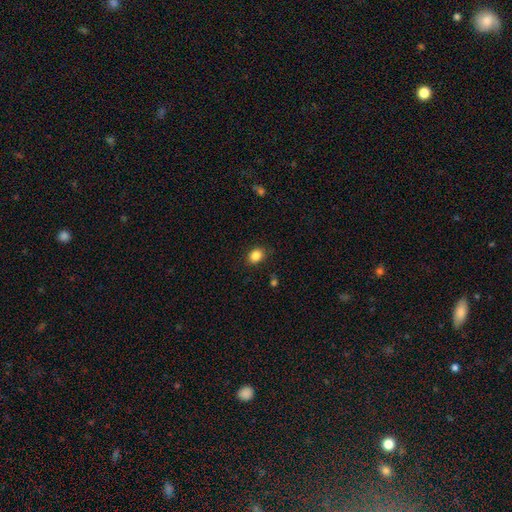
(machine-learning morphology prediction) type=smooth (86%); roundness=in between (54%); merging=none (86%).